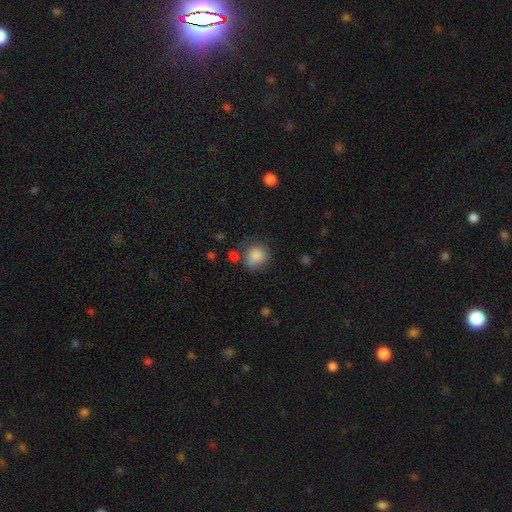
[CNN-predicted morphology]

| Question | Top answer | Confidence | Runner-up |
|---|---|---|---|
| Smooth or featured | smooth | 84% | star or artifact (9%) |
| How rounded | round | 79% | in between (20%) |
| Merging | none | 60% | minor disturbance (22%) |